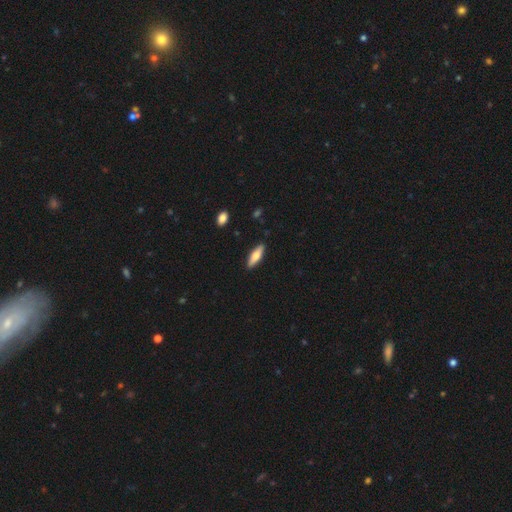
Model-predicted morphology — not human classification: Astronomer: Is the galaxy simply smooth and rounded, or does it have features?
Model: smooth — 62%.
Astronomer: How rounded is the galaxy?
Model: cigar-shaped — 56% (runner-up: in between, 42%).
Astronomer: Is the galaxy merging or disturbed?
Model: none — 89%.